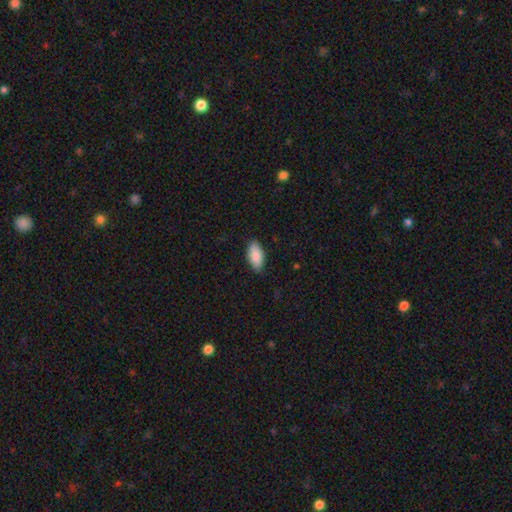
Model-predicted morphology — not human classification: Smooth or featured? Predicted: smooth (p=0.86). How rounded? Predicted: in between (p=0.91). Merging? Predicted: none (p=0.84).